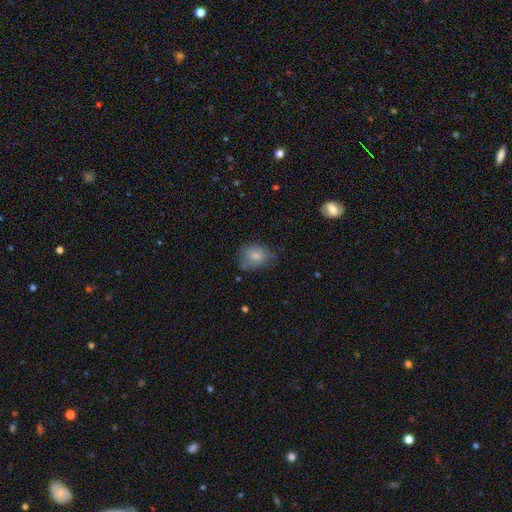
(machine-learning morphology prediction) smooth 77%, featured or disk 14%, star or artifact 9%. Down the decision tree: how rounded — in between (57%); merging — none (54%).